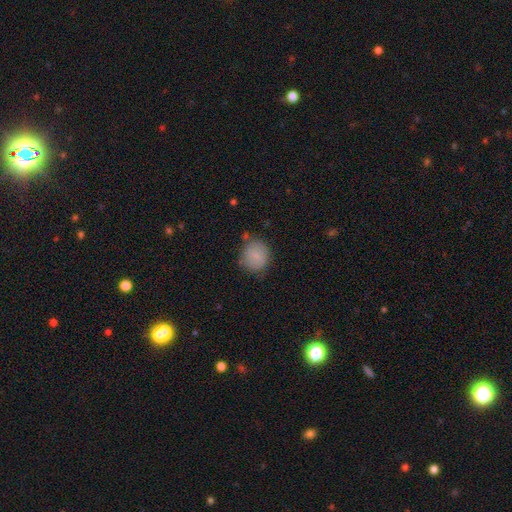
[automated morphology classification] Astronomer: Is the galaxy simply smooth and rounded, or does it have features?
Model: smooth — 82%.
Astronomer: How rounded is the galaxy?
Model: round — 85%.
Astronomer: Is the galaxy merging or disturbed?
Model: none — 71%.